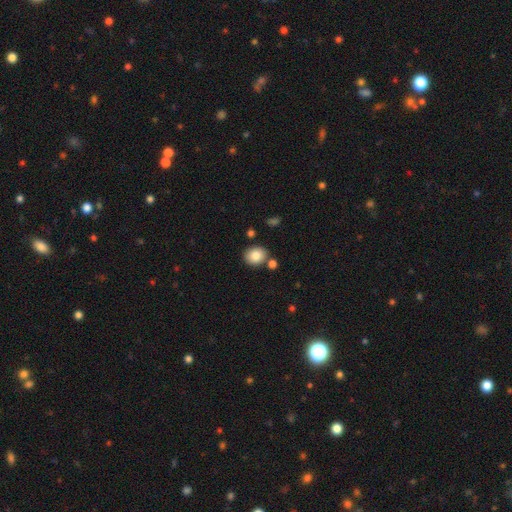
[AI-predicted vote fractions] smooth_or_featured: smooth (p=0.83) [alt: star or artifact p=0.09]
how_rounded: round (p=0.68) [alt: in between p=0.31]
merging: none (p=0.78) [alt: merger p=0.10]